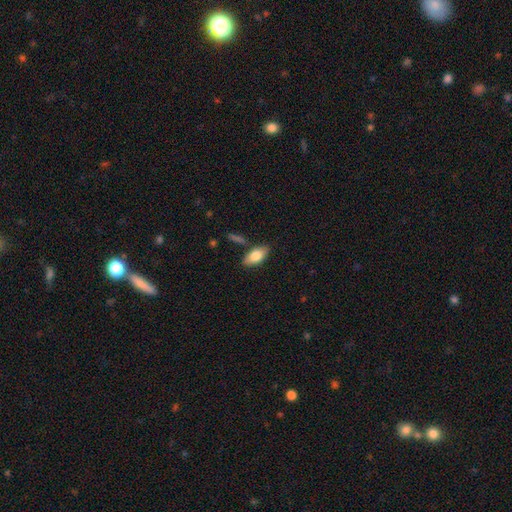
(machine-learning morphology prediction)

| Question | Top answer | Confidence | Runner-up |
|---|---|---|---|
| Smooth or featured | smooth | 78% | featured or disk (16%) |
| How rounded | in between | 89% | cigar-shaped (8%) |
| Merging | none | 78% | minor disturbance (13%) |